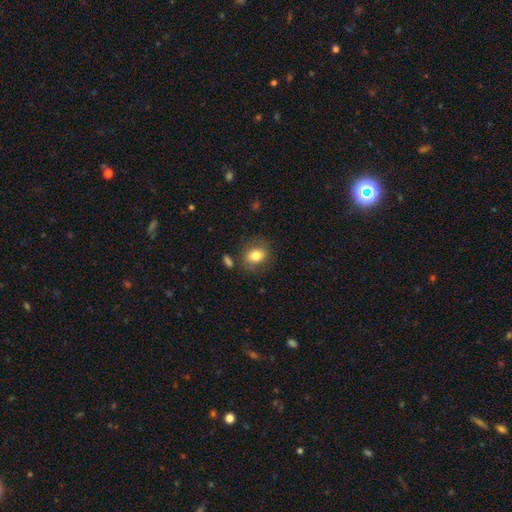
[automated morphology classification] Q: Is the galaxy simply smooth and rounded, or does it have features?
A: smooth — 79%.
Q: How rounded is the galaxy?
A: in between — 51%.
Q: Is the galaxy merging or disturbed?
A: none — 76%.